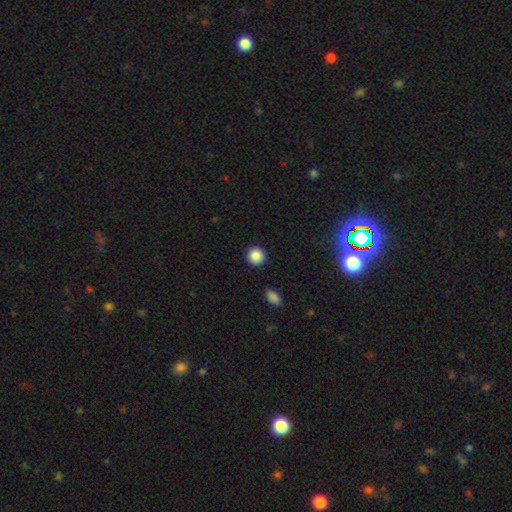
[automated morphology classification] Smooth or featured?
  - smooth: 88% *
  - star or artifact: 9%
  - featured or disk: 3%
How rounded?
  - round: 94% *
  - in between: 5%
  - cigar-shaped: 1%
Merging?
  - none: 92% *
  - minor disturbance: 5%
  - major disturbance: 2%
  - merger: 2%